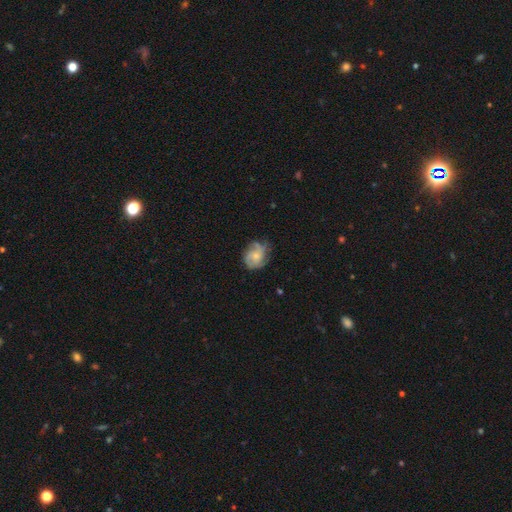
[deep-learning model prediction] This appears to be a featured or disk galaxy (63%) with no bar (79%), 3 (36%) tight (43%) spiral arms (88%) and a small central bulge (57%). Merging: none (63%).